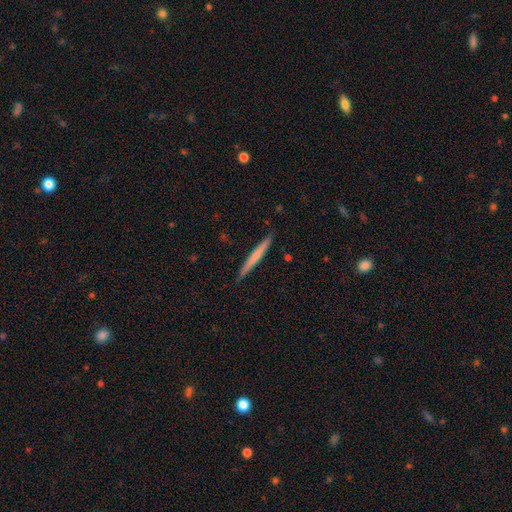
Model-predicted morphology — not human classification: Smooth or featured? smooth (59%)
How rounded? cigar-shaped (97%)
Merging? none (90%)